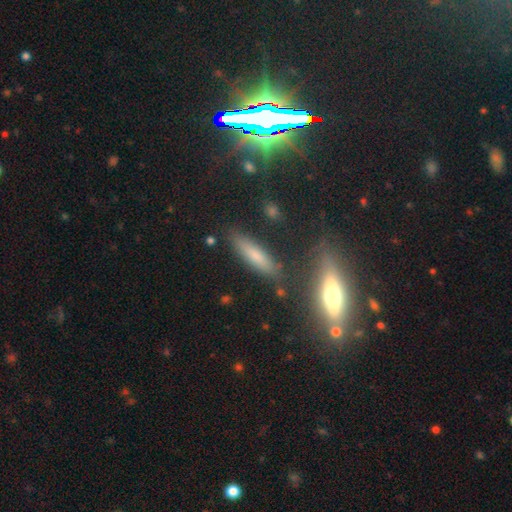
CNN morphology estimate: type=smooth (69%); roundness=cigar-shaped (76%); merging=none (81%).